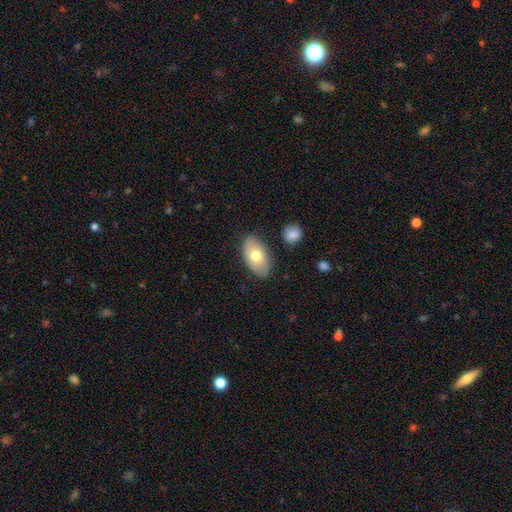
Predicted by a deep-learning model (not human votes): Smooth or featured? Predicted: smooth (p=0.69). How rounded? Predicted: in between (p=0.93). Merging? Predicted: none (p=0.81).